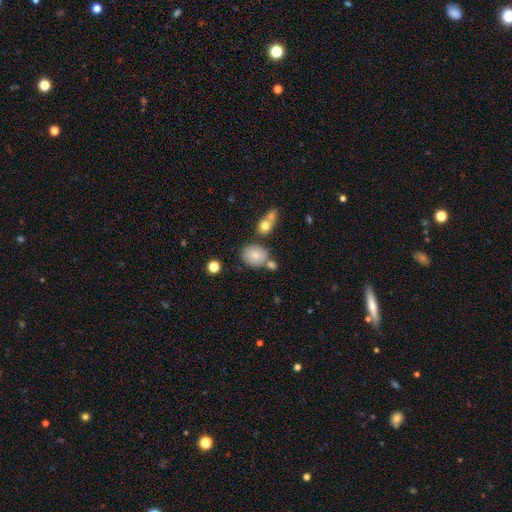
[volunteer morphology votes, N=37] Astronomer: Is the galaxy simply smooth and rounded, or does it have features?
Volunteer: smooth — 76%.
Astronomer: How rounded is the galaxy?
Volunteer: round — 61% (runner-up: in between, 39%).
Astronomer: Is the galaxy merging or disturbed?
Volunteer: none — 57%.